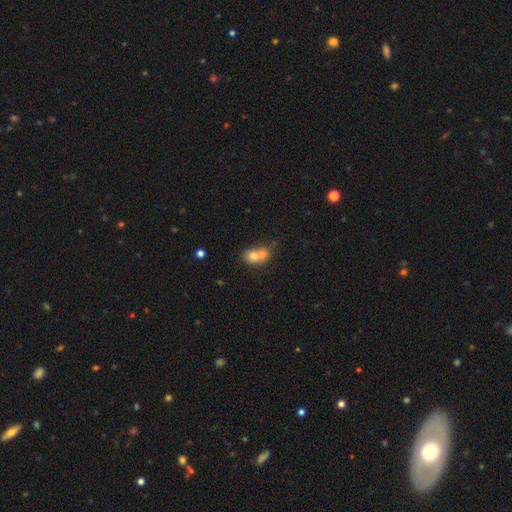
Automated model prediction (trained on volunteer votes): smooth 71%, featured or disk 19%, star or artifact 10%. Down the decision tree: how rounded — round (53%); merging — merger (68%).